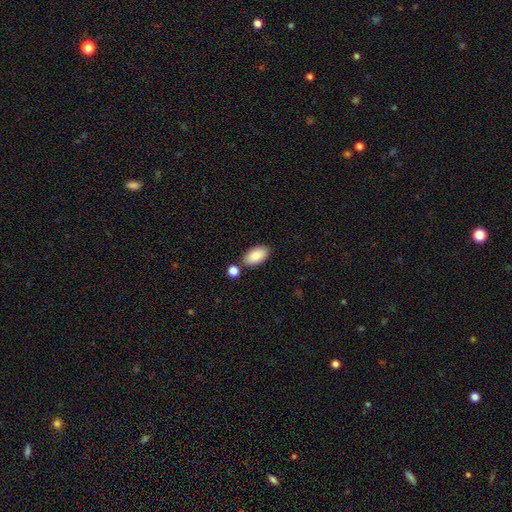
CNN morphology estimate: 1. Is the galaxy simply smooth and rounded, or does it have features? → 85% smooth, 8% featured or disk, 7% star or artifact.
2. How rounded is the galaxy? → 95% in between, 3% round, 2% cigar-shaped.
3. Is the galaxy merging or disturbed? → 79% none, 10% minor disturbance, 9% merger, 2% major disturbance.